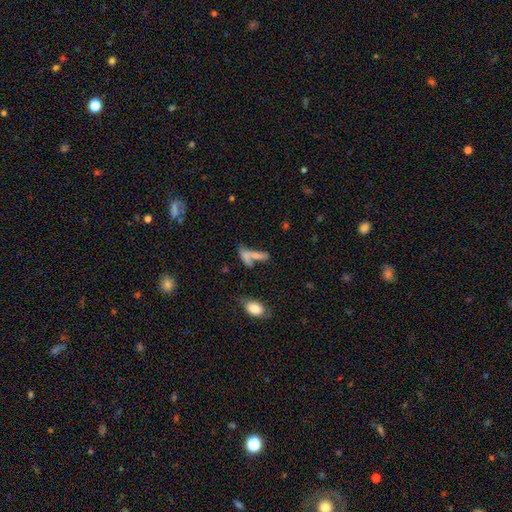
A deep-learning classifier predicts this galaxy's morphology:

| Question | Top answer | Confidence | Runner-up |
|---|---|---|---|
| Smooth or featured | smooth | 64% | featured or disk (22%) |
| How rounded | cigar-shaped | 51% | in between (44%) |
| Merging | merger | 45% | none (33%) |